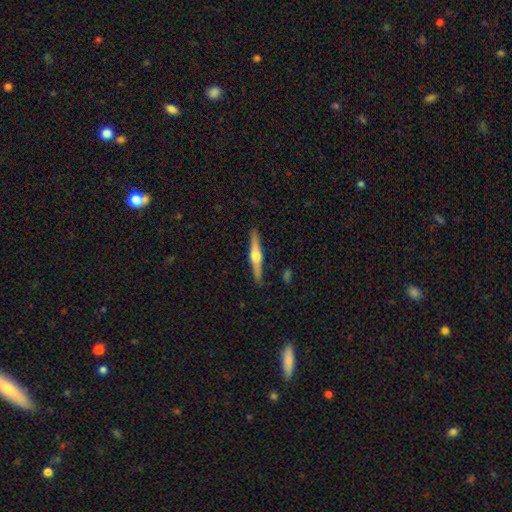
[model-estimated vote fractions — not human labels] Smooth or featured: featured or disk — 68% (smooth — 27%)
Edge-on disk: yes — 98% (no — 2%)
Edge-on bulge: rounded — 94% (boxy — 3%)
Merging: none — 89% (minor disturbance — 8%)